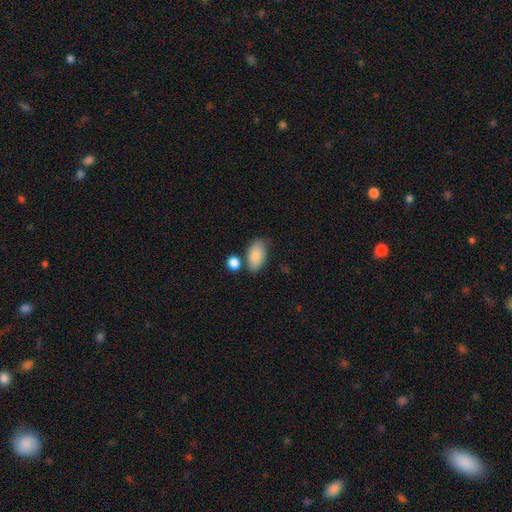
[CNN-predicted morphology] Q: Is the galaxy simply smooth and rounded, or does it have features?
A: smooth — 85%.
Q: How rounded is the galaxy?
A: in between — 93%.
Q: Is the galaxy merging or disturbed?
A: none — 67%.